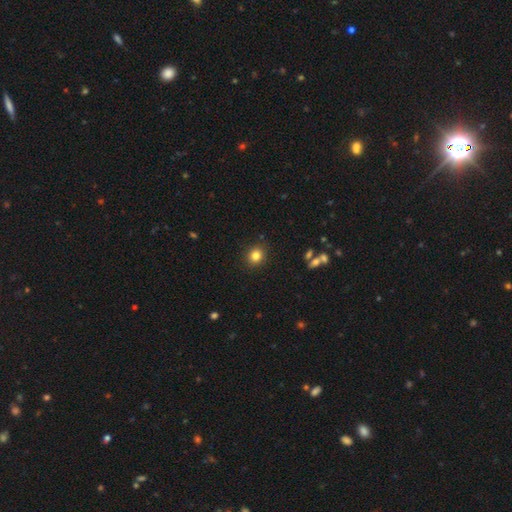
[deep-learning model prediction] Morphology: type=smooth (82%); roundness=round (80%); merging=none (89%).